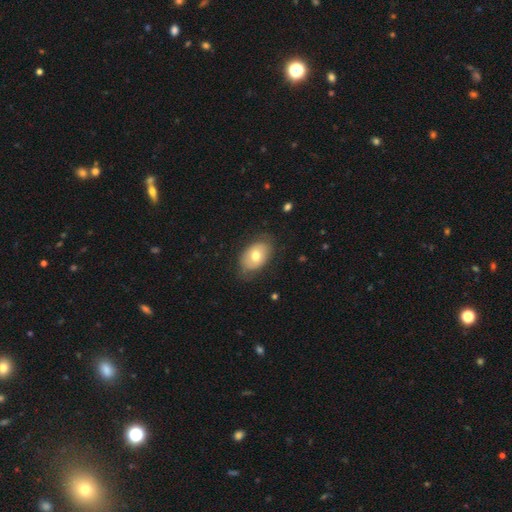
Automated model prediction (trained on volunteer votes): Smooth or featured: smooth — 68% (featured or disk — 25%)
How rounded: in between — 86% (round — 12%)
Merging: none — 74% (minor disturbance — 20%)